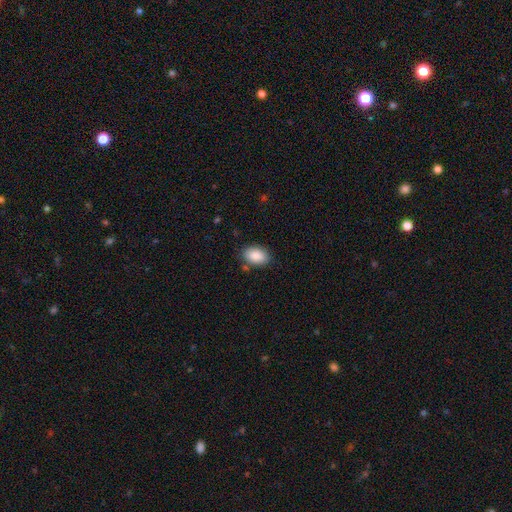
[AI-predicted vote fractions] A smooth galaxy with no disk features (88%) that is in between round and cigar-shaped (88%). Merging: none (82%).